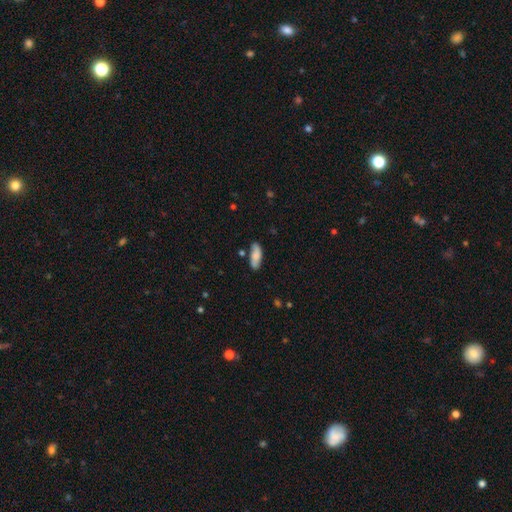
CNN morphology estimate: Smooth or featured? Predicted: smooth (p=0.68). How rounded? Predicted: in between (p=0.73). Merging? Predicted: none (p=0.74).